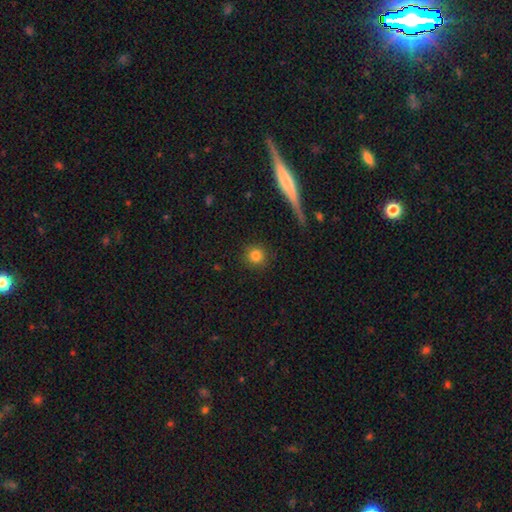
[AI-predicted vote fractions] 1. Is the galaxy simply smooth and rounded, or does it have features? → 82% smooth, 11% star or artifact, 7% featured or disk.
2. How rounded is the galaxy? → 92% round, 6% in between, 1% cigar-shaped.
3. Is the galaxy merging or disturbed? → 89% none, 6% minor disturbance, 2% major disturbance, 2% merger.